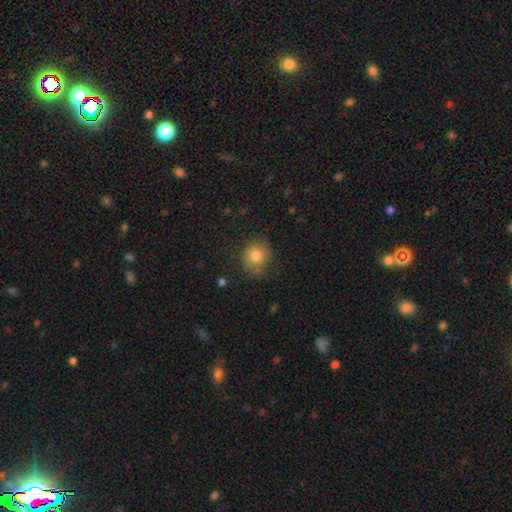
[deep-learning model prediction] smooth_or_featured: smooth (p=0.77) [alt: featured or disk p=0.14]
how_rounded: round (p=0.68) [alt: in between p=0.31]
merging: none (p=0.72) [alt: minor disturbance p=0.21]